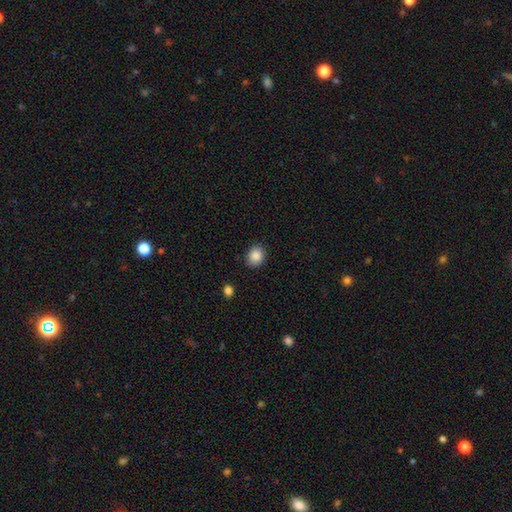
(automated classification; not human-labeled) smooth 87%, star or artifact 9%, featured or disk 4%. Down the decision tree: how rounded — round (57%); merging — none (84%).